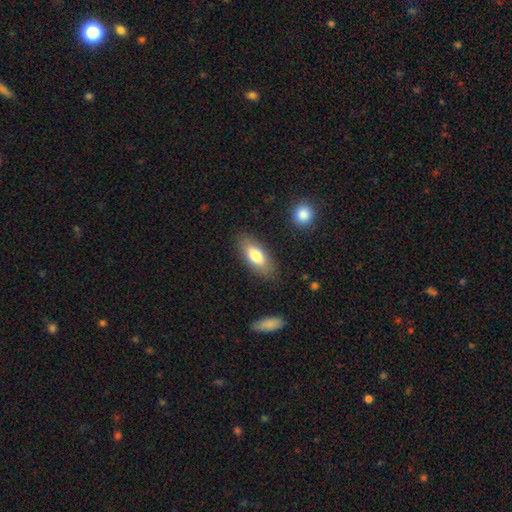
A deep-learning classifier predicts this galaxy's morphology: The model was most divided on "smooth or featured": smooth: 74%, featured or disk: 19%, star or artifact: 6%. More confident: merging — none (84%); how rounded — in between (83%).